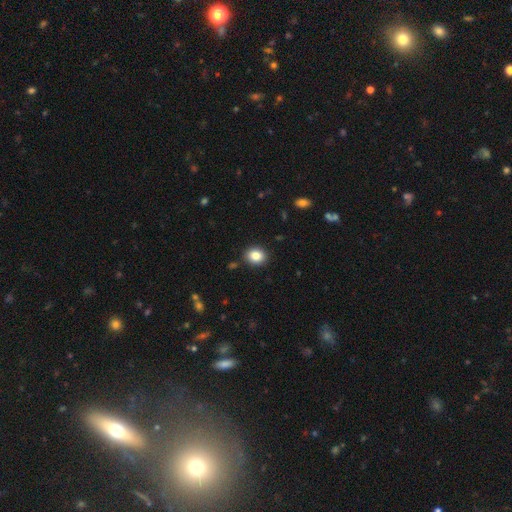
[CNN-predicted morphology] A smooth galaxy with no disk features (85%) that is round (57%). Merging: none (89%).